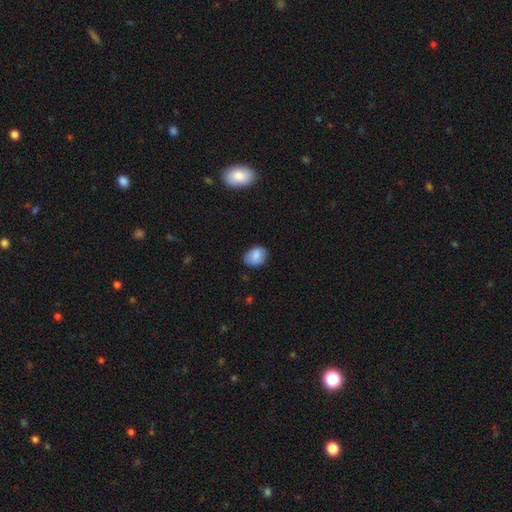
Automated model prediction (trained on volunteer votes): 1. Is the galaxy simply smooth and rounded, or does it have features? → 82% smooth, 10% featured or disk, 8% star or artifact.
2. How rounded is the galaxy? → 68% in between, 31% round, 1% cigar-shaped.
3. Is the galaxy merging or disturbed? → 75% none, 20% minor disturbance, 4% major disturbance, 1% merger.